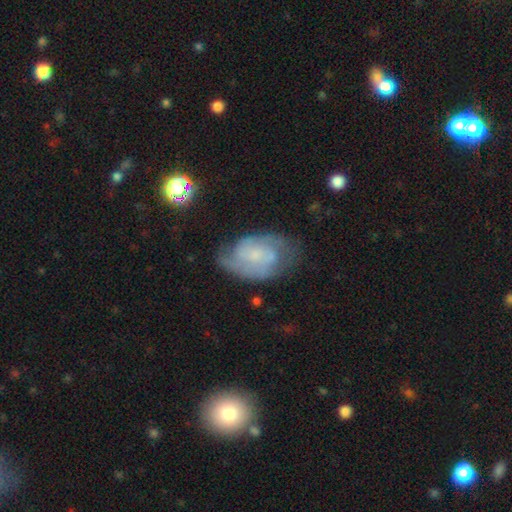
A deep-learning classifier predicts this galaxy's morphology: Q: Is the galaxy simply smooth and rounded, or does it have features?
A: featured or disk — 69%.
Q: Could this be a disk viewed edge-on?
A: no — 97%.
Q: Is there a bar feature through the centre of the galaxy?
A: no — 60%.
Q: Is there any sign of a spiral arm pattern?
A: yes — 87%.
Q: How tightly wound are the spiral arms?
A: medium — 43%.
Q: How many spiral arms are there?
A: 2 — 58%.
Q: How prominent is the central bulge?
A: small — 57%.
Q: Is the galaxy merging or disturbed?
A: none — 58%.